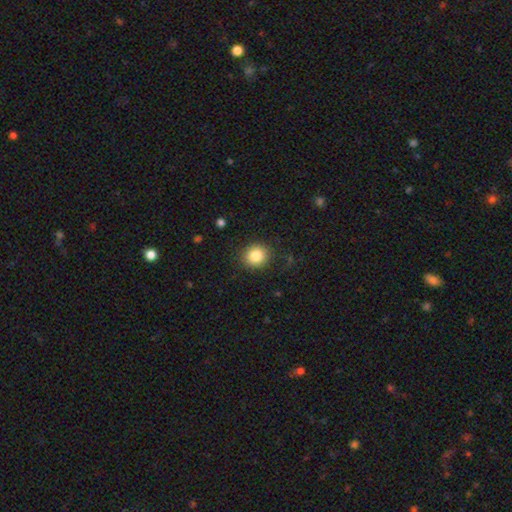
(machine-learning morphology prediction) A smooth galaxy with no disk features (85%) that is round (84%).

Vote fractions:
- Smooth or featured? smooth: 85% / star or artifact: 10% / featured or disk: 5%
- How rounded? round: 84% / in between: 15% / cigar-shaped: 1%
- Merging? none: 87% / minor disturbance: 9% / major disturbance: 3% / merger: 1%